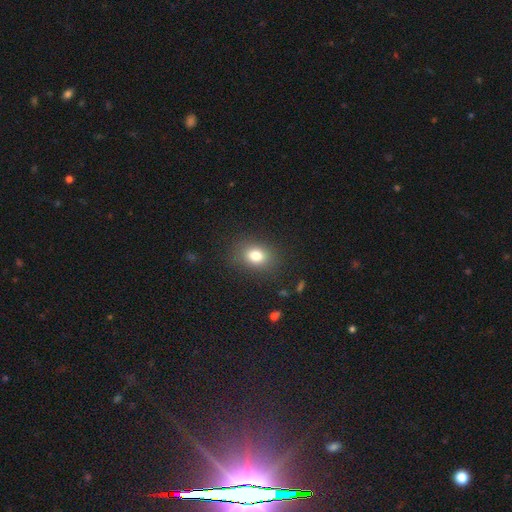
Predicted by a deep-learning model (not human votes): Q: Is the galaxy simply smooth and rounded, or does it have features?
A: smooth — 79%.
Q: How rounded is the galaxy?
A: in between — 54%.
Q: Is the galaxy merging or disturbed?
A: none — 84%.